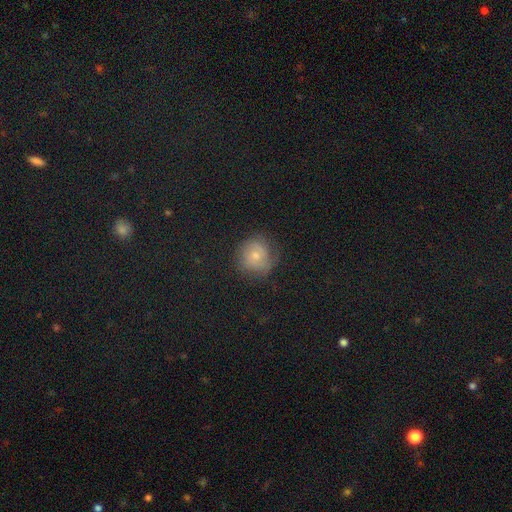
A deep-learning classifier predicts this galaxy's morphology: Smooth or featured: smooth — 55% (featured or disk — 33%)
How rounded: round — 87% (in between — 12%)
Merging: none — 68% (minor disturbance — 21%)